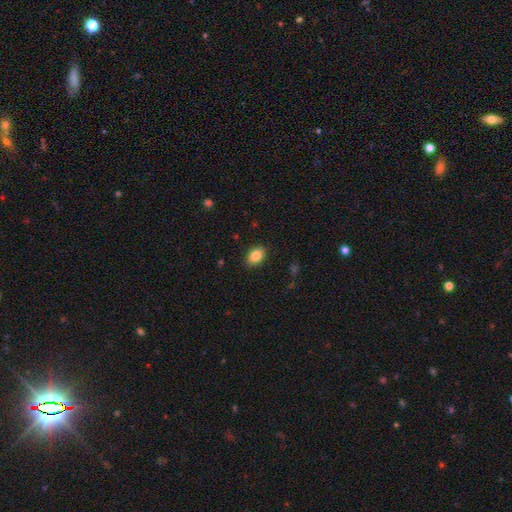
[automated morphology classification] smooth_or_featured: smooth (p=0.86) [alt: star or artifact p=0.08]
how_rounded: in between (p=0.85) [alt: round p=0.14]
merging: none (p=0.88) [alt: minor disturbance p=0.08]